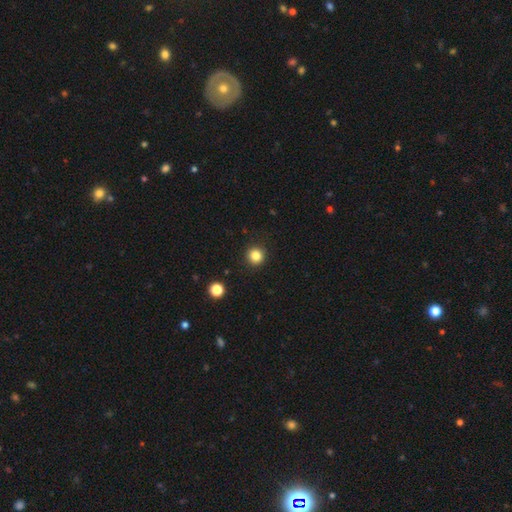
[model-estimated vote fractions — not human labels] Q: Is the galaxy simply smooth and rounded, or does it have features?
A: smooth — 84%.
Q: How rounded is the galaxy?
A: round — 94%.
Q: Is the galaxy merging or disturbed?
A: none — 92%.